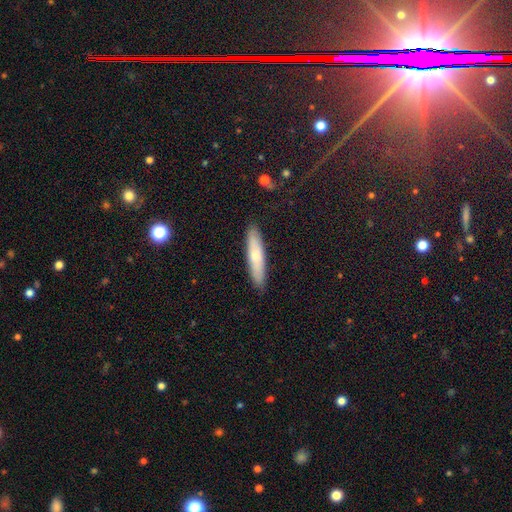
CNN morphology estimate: The model was most divided on "smooth or featured": smooth: 68%, featured or disk: 26%, star or artifact: 6%. More confident: merging — none (89%); how rounded — cigar-shaped (85%).